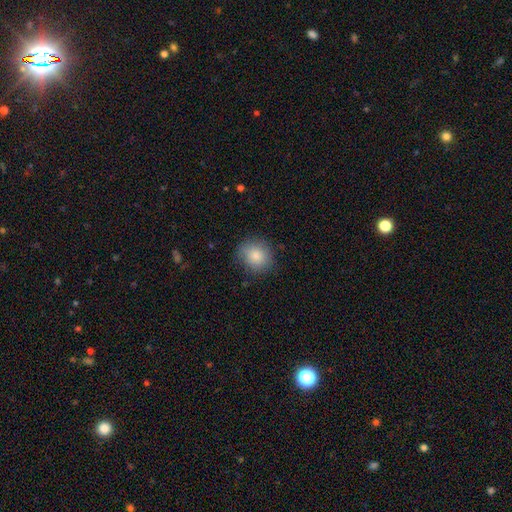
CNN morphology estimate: The model was most divided on "how rounded": round: 77%, in between: 22%, cigar-shaped: 1%. More confident: smooth or featured — smooth (84%); merging — none (82%).